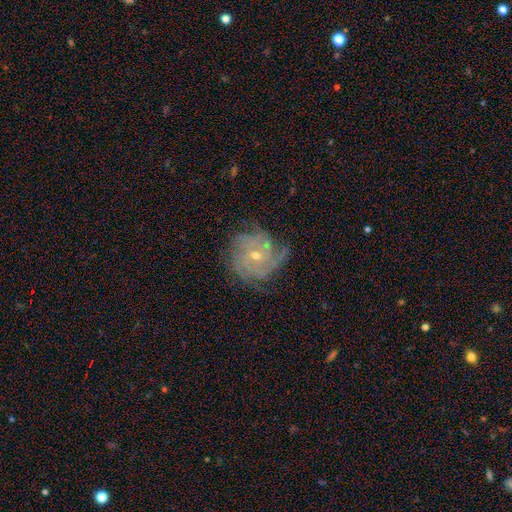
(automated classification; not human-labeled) Overall: featured or disk (81%). Edge-on disk: no (97%). Bar: no (71%). Spiral arms: yes (96%). Spiral arm count: can't tell (29%; 4 25%). Spiral winding: tight (68%). Bulge size: small (63%; moderate 33%). Merging: none (72%).